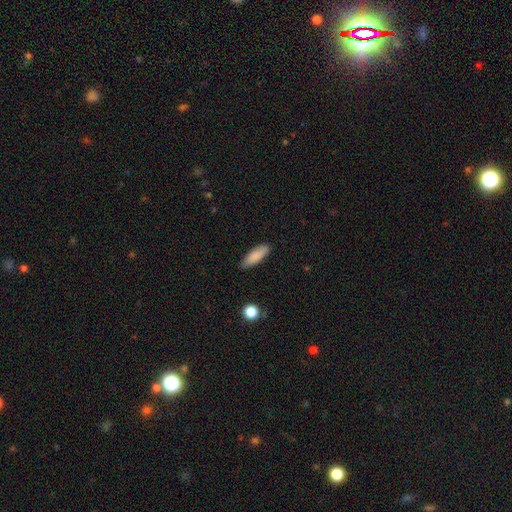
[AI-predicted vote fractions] Smooth or featured?
  - smooth: 86% *
  - featured or disk: 7%
  - star or artifact: 7%
How rounded?
  - in between: 60% *
  - cigar-shaped: 38%
  - round: 2%
Merging?
  - none: 79% *
  - minor disturbance: 17%
  - major disturbance: 3%
  - merger: 1%